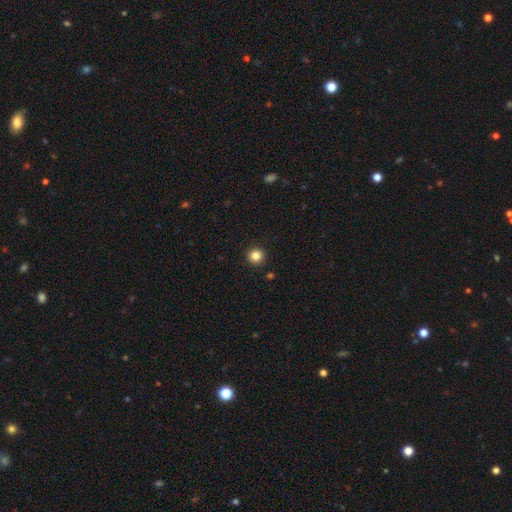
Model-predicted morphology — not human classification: type=smooth (85%); roundness=round (95%); merging=none (93%).